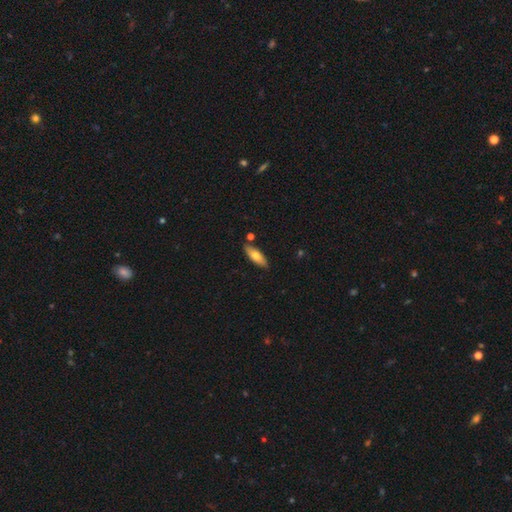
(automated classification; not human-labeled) smooth-or-featured: smooth: 72% | featured or disk: 22% | star or artifact: 6%
  how-rounded: in between: 62% | cigar-shaped: 36% | round: 2%
  merging: none: 83% | minor disturbance: 11% | merger: 4% | major disturbance: 2%